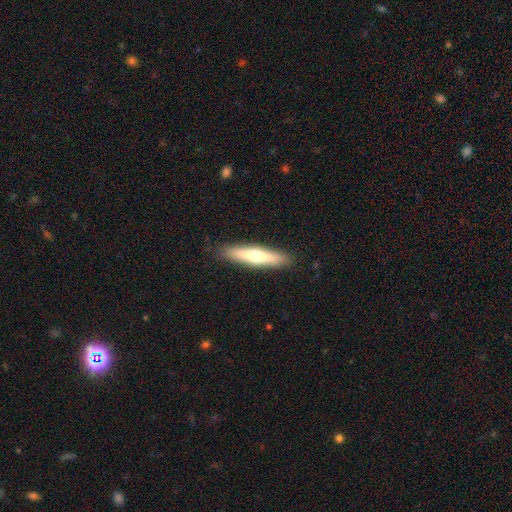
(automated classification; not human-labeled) Smooth or featured: smooth — 57% (featured or disk — 38%)
How rounded: cigar-shaped — 82% (in between — 16%)
Merging: none — 89% (minor disturbance — 8%)